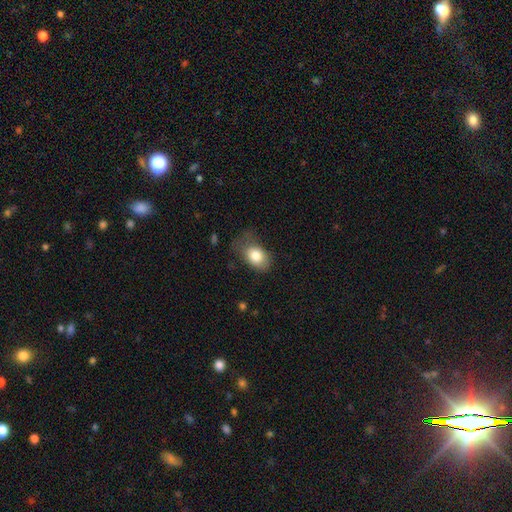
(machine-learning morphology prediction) Smooth or featured?
  - smooth: 81% *
  - featured or disk: 11%
  - star or artifact: 8%
How rounded?
  - in between: 82% *
  - round: 17%
  - cigar-shaped: 1%
Merging?
  - none: 43% *
  - minor disturbance: 34%
  - major disturbance: 21%
  - merger: 2%